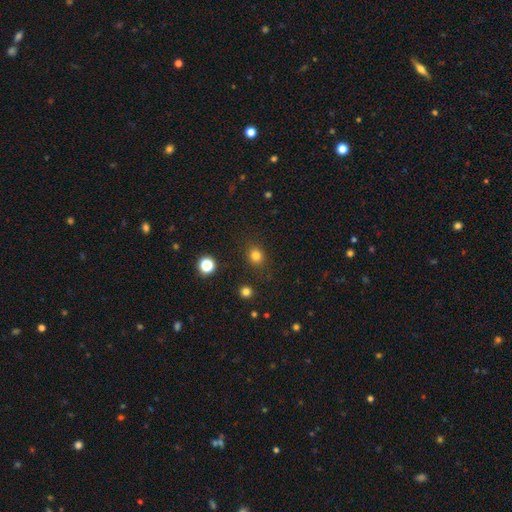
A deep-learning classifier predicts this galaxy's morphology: smooth_or_featured: smooth (p=0.81) [alt: star or artifact p=0.14]
how_rounded: round (p=0.75) [alt: in between p=0.24]
merging: none (p=0.87) [alt: minor disturbance p=0.09]